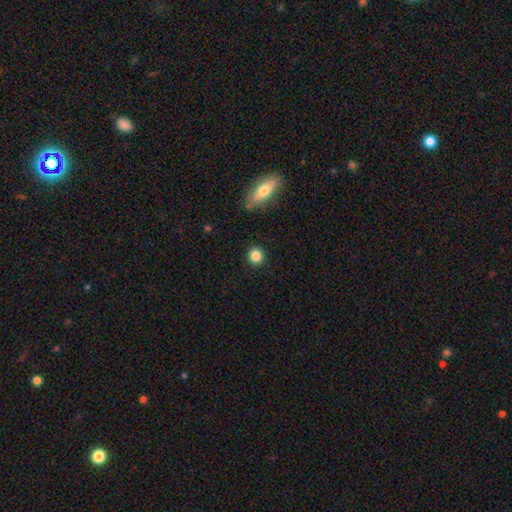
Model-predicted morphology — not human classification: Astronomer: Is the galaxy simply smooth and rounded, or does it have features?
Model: smooth — 85%.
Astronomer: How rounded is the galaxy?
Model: round — 89%.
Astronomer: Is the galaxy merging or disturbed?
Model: none — 90%.